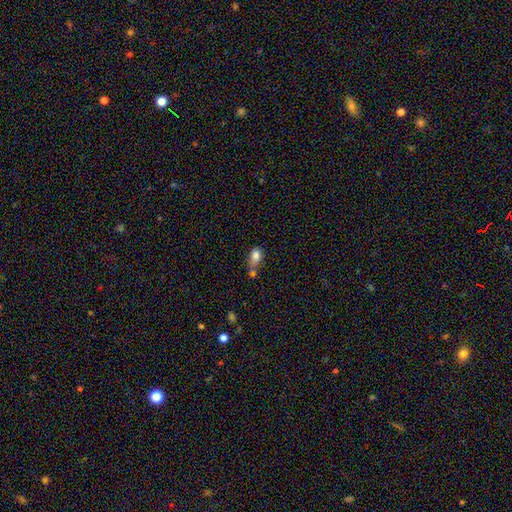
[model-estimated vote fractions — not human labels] Smooth or featured: smooth — 82% (featured or disk — 9%)
How rounded: in between — 80% (round — 18%)
Merging: merger — 38% (none — 35%)